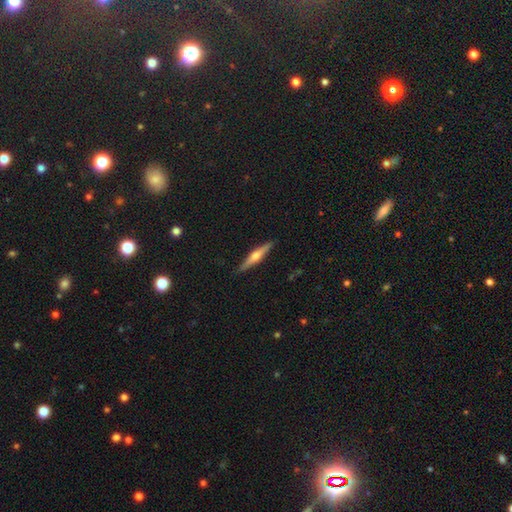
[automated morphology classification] Smooth or featured: featured or disk — 65% (smooth — 30%)
Edge-on disk: yes — 98% (no — 2%)
Edge-on bulge: rounded — 87% (boxy — 7%)
Merging: none — 90% (minor disturbance — 7%)